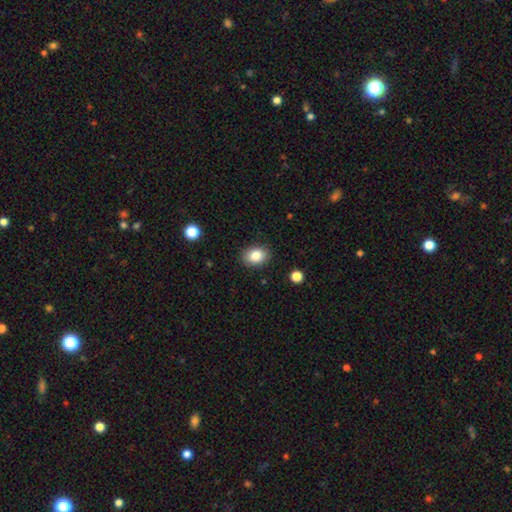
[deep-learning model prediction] A smooth galaxy with no disk features (84%) that is in between round and cigar-shaped (70%). Merging: none (87%).